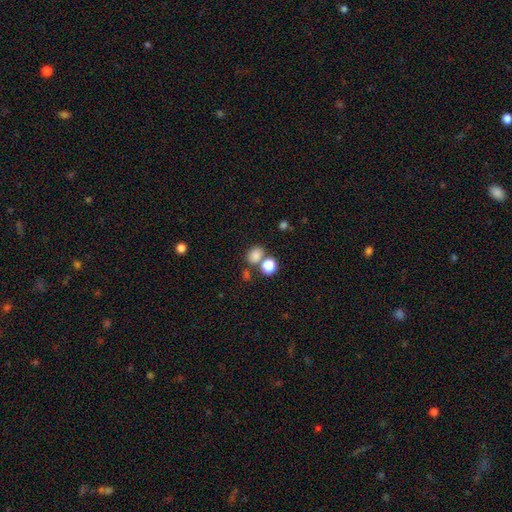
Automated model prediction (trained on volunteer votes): Overall: smooth (79%). How rounded: in between (50%; round 49%). Merging: none (57%; merger 27%).